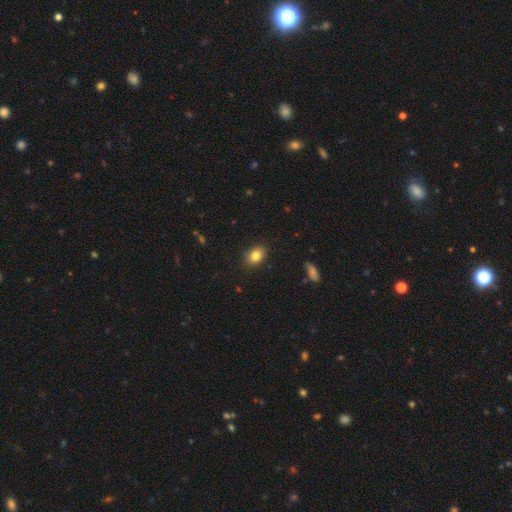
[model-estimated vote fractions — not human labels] Smooth or featured?
  - smooth: 84% *
  - star or artifact: 9%
  - featured or disk: 7%
How rounded?
  - in between: 72% *
  - round: 27%
  - cigar-shaped: 1%
Merging?
  - none: 87% *
  - minor disturbance: 10%
  - major disturbance: 2%
  - merger: 1%